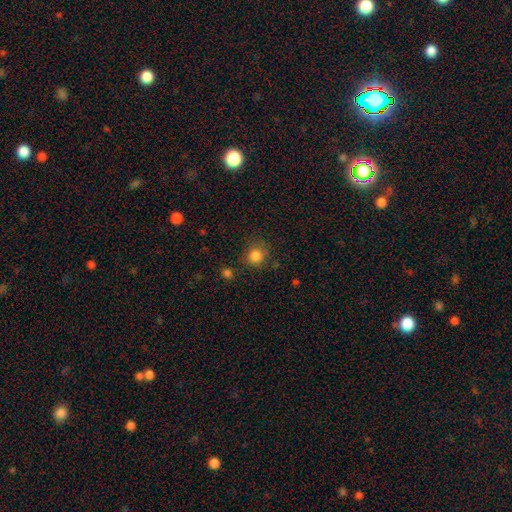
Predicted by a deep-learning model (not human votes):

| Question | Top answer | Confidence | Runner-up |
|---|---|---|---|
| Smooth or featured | smooth | 84% | star or artifact (12%) |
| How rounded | round | 91% | in between (9%) |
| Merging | none | 81% | minor disturbance (11%) |